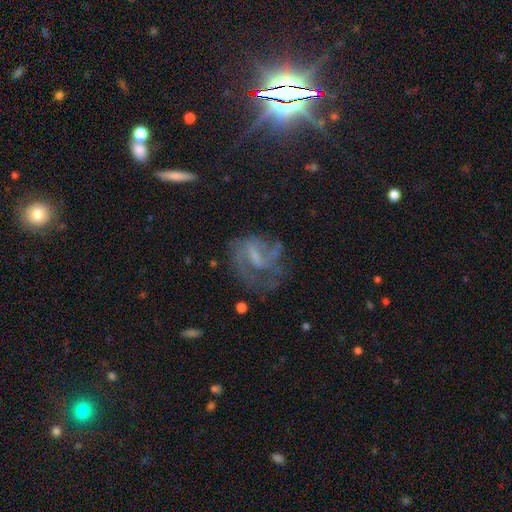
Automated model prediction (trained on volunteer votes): Smooth or featured?
  - featured or disk: 67% *
  - smooth: 19%
  - star or artifact: 14%
Edge-on disk?
  - no: 96% *
  - yes: 4%
Bar?
  - weak: 47% *
  - no: 31%
  - strong: 22%
Spiral arms?
  - yes: 72% *
  - no: 28%
Bulge size?
  - none: 38% *
  - small: 33%
  - moderate: 23%
  - large: 4%
  - dominant: 1%
Merging?
  - none: 46% *
  - major disturbance: 30%
  - minor disturbance: 20%
  - merger: 3%